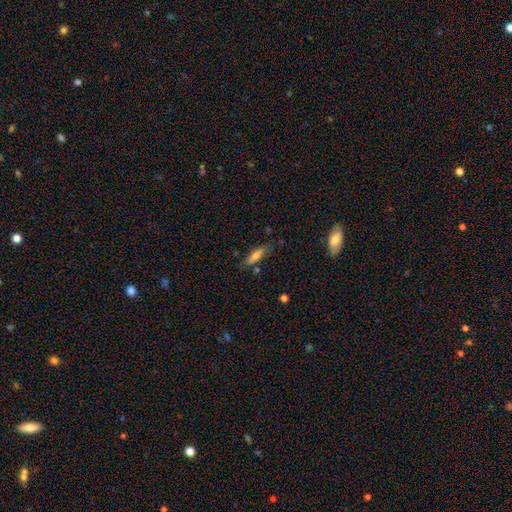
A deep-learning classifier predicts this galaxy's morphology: smooth-or-featured: smooth: 64% | featured or disk: 28% | star or artifact: 8%
  how-rounded: cigar-shaped: 64% | in between: 34% | round: 2%
  merging: none: 76% | minor disturbance: 16% | major disturbance: 4% | merger: 4%